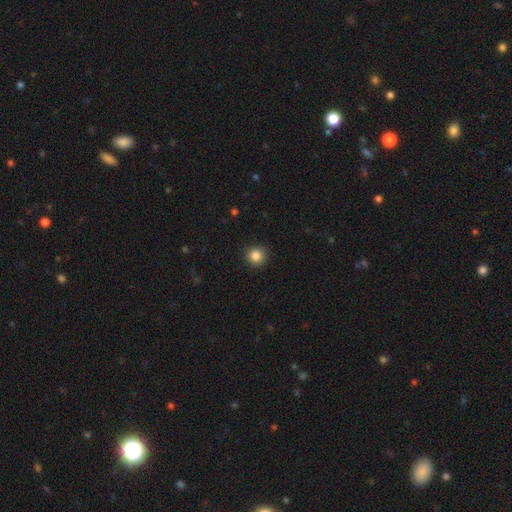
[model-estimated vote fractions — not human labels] Smooth or featured? Predicted: smooth (p=0.85). How rounded? Predicted: round (p=0.93). Merging? Predicted: none (p=0.90).